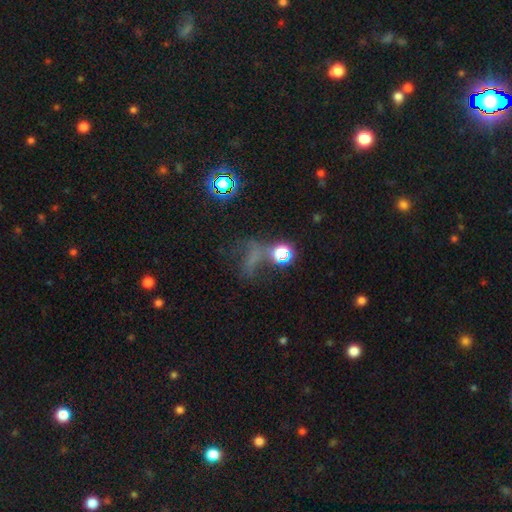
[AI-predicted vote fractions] Smooth or featured?
  - star or artifact: 41% *
  - smooth: 35%
  - featured or disk: 24%